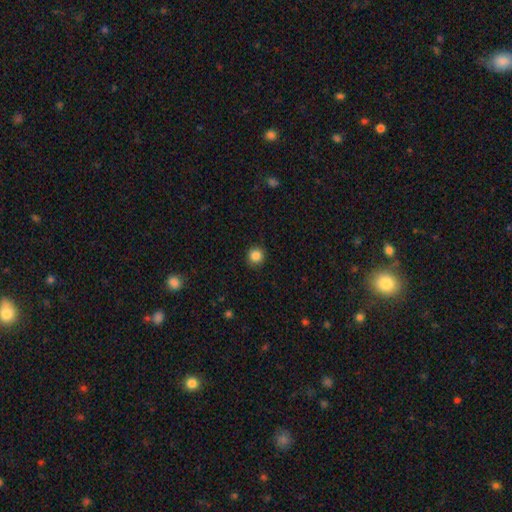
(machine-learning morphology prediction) A smooth galaxy with no disk features (86%) that is round (92%).

Vote fractions:
- Smooth or featured? smooth: 86% / star or artifact: 11% / featured or disk: 4%
- How rounded? round: 92% / in between: 7% / cigar-shaped: 1%
- Merging? none: 88% / minor disturbance: 9% / major disturbance: 2% / merger: 1%